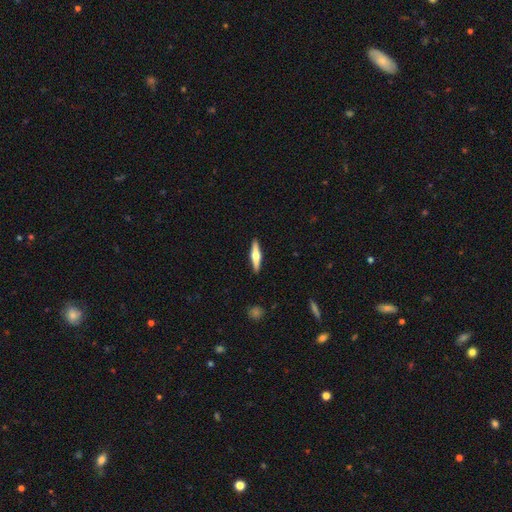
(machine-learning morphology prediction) Smooth or featured?
  - featured or disk: 56% *
  - smooth: 39%
  - star or artifact: 5%
Edge-on disk?
  - yes: 96% *
  - no: 4%
Edge-on bulge?
  - rounded: 92% *
  - boxy: 5%
  - none: 3%
Merging?
  - none: 91% *
  - minor disturbance: 6%
  - major disturbance: 1%
  - merger: 1%